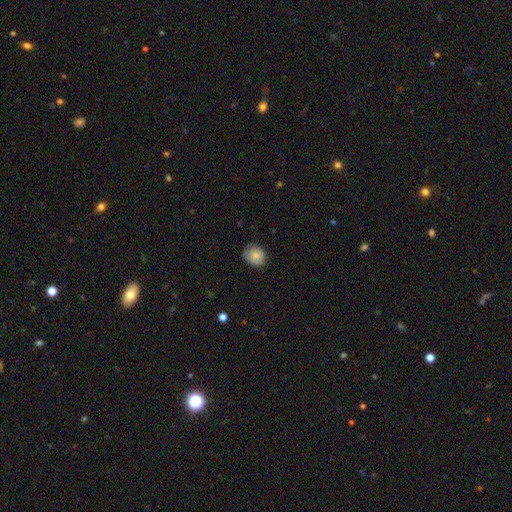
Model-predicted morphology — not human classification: Smooth or featured? Predicted: smooth (p=0.83). How rounded? Predicted: round (p=0.58). Merging? Predicted: none (p=0.73).